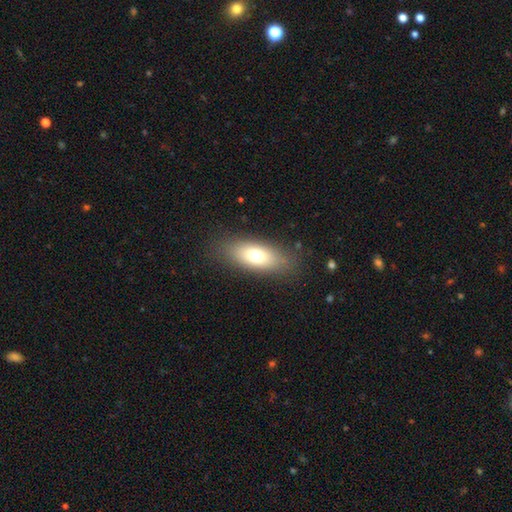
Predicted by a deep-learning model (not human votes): smooth-or-featured: smooth: 70% | featured or disk: 21% | star or artifact: 9%
  how-rounded: in between: 78% | cigar-shaped: 17% | round: 5%
  merging: none: 83% | minor disturbance: 12% | major disturbance: 5% | merger: 1%